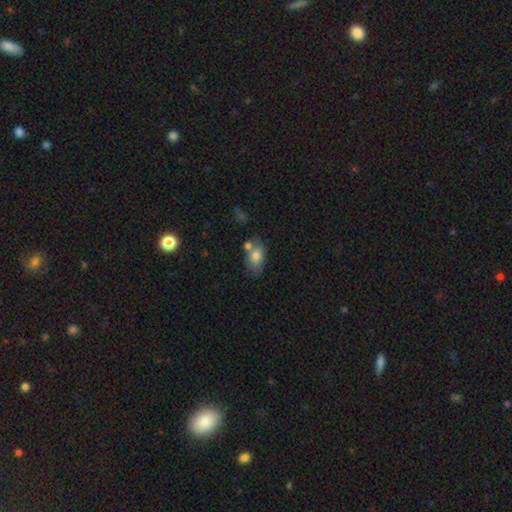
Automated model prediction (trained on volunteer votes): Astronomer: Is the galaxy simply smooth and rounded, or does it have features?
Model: smooth — 78%.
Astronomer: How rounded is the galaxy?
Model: in between — 87%.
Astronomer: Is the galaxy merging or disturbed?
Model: none — 57%.